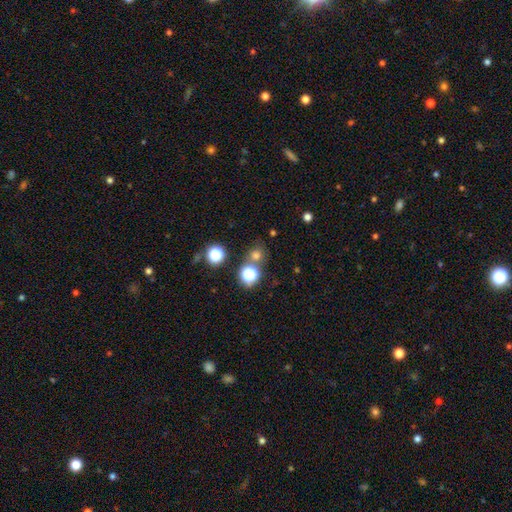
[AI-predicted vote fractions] Smooth or featured? smooth (66%)
How rounded? round (88%)
Merging? none (70%)